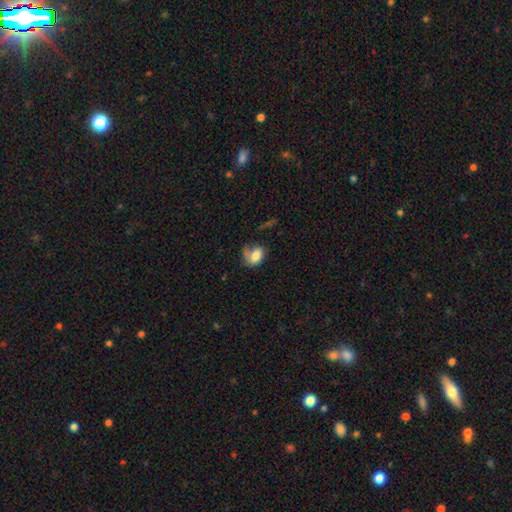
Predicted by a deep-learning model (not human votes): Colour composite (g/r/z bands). It shows a smooth galaxy with no disk features (72%) that is in between round and cigar-shaped (67%). Merging: none (37%).